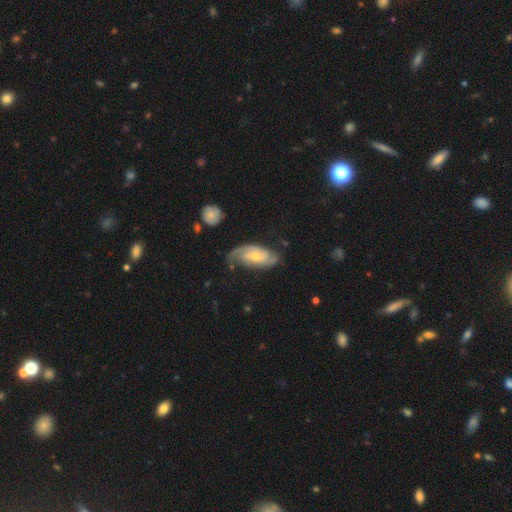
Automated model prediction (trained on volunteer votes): Morphology: type=featured or disk (80%); edge-on=no (95%); bar=no (44%, tied with weak); spiral arms=yes (95%); winding=tight (45%); arm count=2 (71%); bulge=small (50%); merging=none (63%).